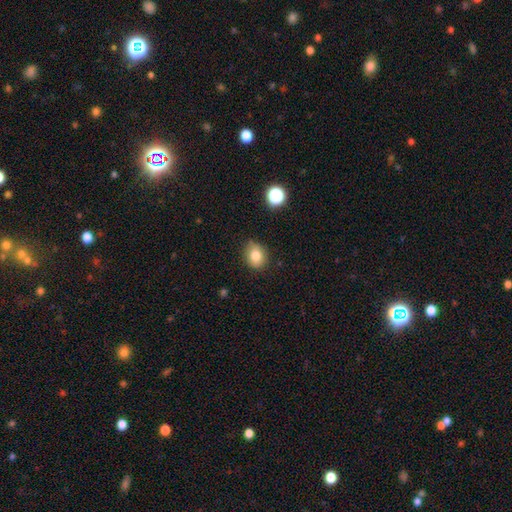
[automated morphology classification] smooth-or-featured: smooth: 82% | star or artifact: 11% | featured or disk: 8%
  how-rounded: round: 58% | in between: 41% | cigar-shaped: 1%
  merging: none: 80% | minor disturbance: 16% | major disturbance: 3% | merger: 2%